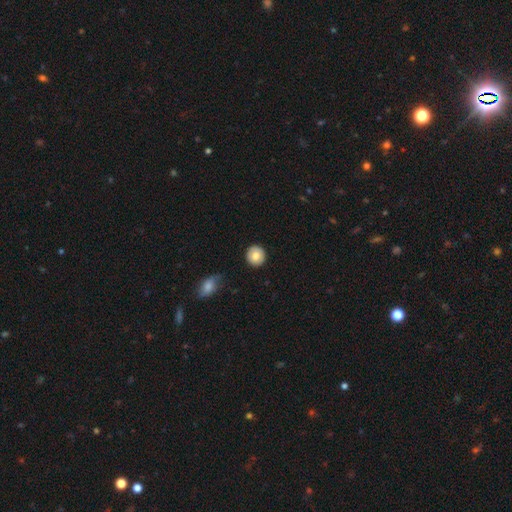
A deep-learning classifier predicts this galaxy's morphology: Smooth or featured? smooth (79%)
How rounded? round (91%)
Merging? none (89%)